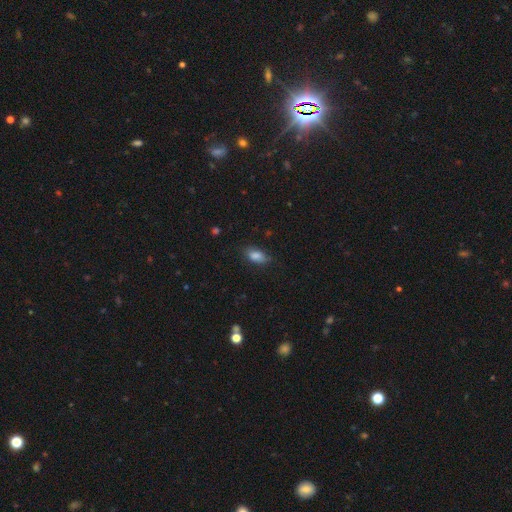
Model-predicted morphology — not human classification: This is clearly a smooth galaxy (83%). How rounded: clearly in between (88%). Merging: likely none (71%).